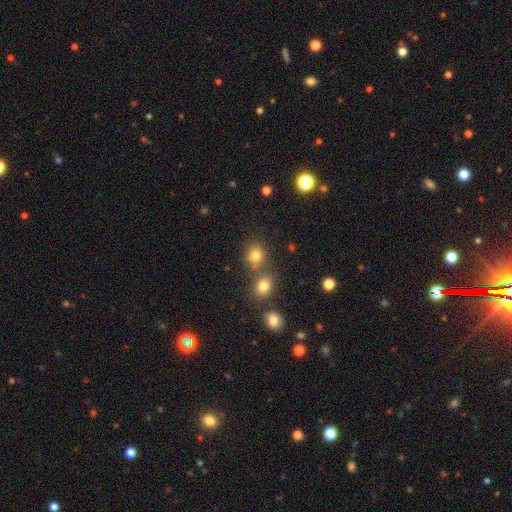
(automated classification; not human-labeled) smooth-or-featured: smooth: 78% | star or artifact: 15% | featured or disk: 7%
  how-rounded: round: 77% | in between: 22% | cigar-shaped: 1%
  merging: none: 63% | merger: 24% | minor disturbance: 10% | major disturbance: 4%